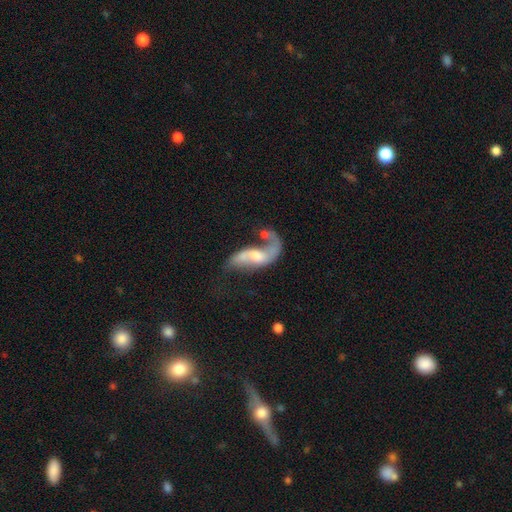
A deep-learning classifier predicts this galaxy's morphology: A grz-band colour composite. It shows a featured or disk galaxy (76%) with no bar (47%), 2 (64%) loose (77%) spiral arms (85%) and a moderate central bulge (51%). Merging: major disturbance (34%).